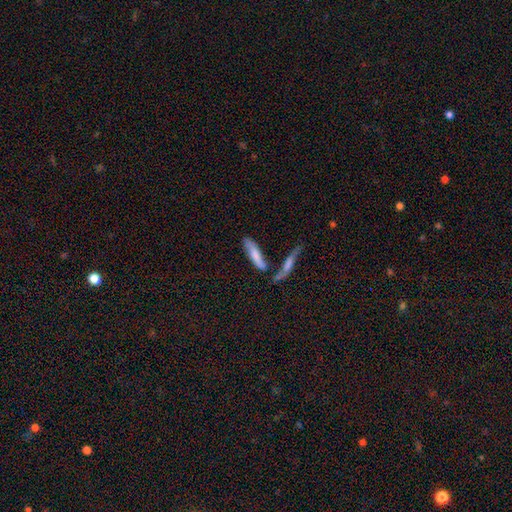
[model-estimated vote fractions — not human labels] Overall: smooth (63%; featured or disk 31%). How rounded: cigar-shaped (70%). Merging: none (46%; merger 30%).